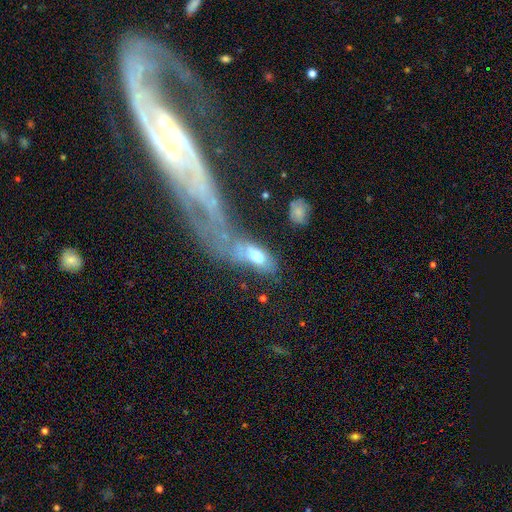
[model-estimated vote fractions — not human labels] Q: Smooth or featured?
A: smooth (56%); runner-up: featured or disk (35%)
Q: How rounded?
A: in between (82%); runner-up: cigar-shaped (14%)
Q: Merging?
A: merger (30%); runner-up: none (29%)